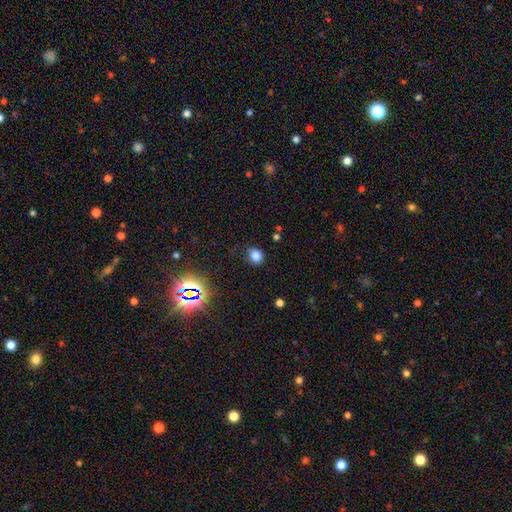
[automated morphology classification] A smooth galaxy with no disk features (78%) that is round (69%).

Vote fractions:
- Smooth or featured? smooth: 78% / star or artifact: 16% / featured or disk: 5%
- How rounded? round: 69% / in between: 30% / cigar-shaped: 1%
- Merging? none: 76% / minor disturbance: 17% / major disturbance: 5% / merger: 2%